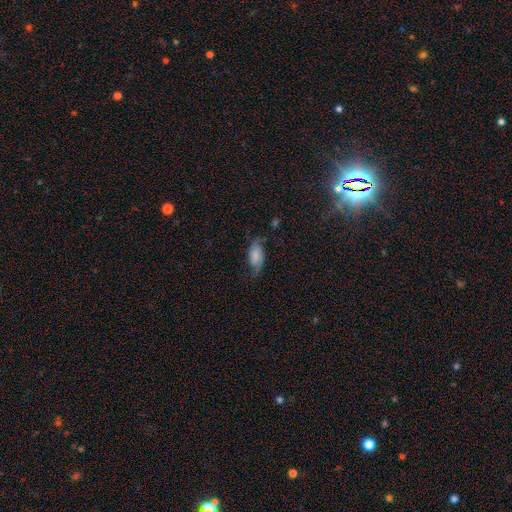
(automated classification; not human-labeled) Morphology: type=smooth (46%); merging=none (57%).